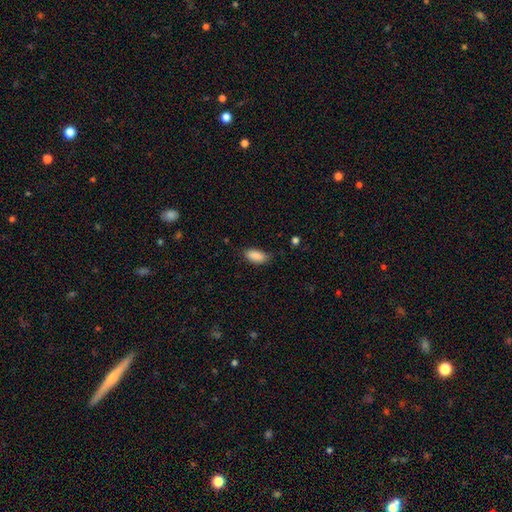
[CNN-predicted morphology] A smooth galaxy with no disk features (89%) that is in between round and cigar-shaped (91%).

Vote fractions:
- Smooth or featured? smooth: 89% / star or artifact: 7% / featured or disk: 4%
- How rounded? in between: 91% / cigar-shaped: 6% / round: 3%
- Merging? none: 76% / minor disturbance: 19% / major disturbance: 4% / merger: 1%